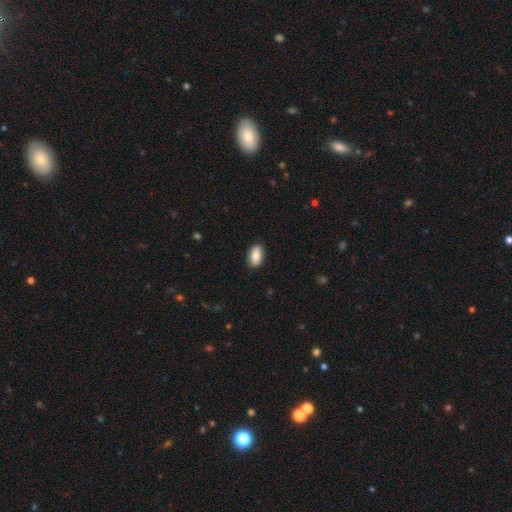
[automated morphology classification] smooth_or_featured: smooth (p=0.83) [alt: featured or disk p=0.11]
how_rounded: in between (p=0.91) [alt: cigar-shaped p=0.05]
merging: none (p=0.89) [alt: minor disturbance p=0.09]